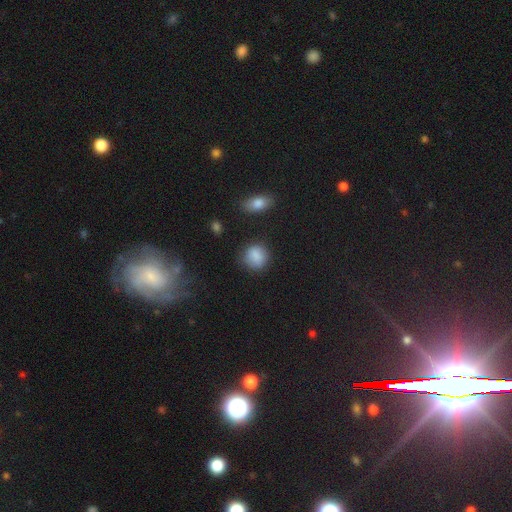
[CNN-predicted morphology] This appears to be a smooth galaxy with no disk features (86%) that is round (78%). Merging: none (77%).